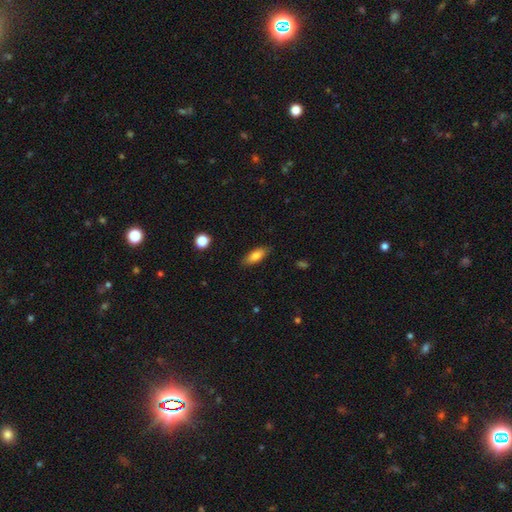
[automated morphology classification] smooth-or-featured: smooth: 77% | featured or disk: 16% | star or artifact: 7%
  how-rounded: in between: 72% | cigar-shaped: 25% | round: 3%
  merging: none: 85% | minor disturbance: 11% | major disturbance: 2% | merger: 1%